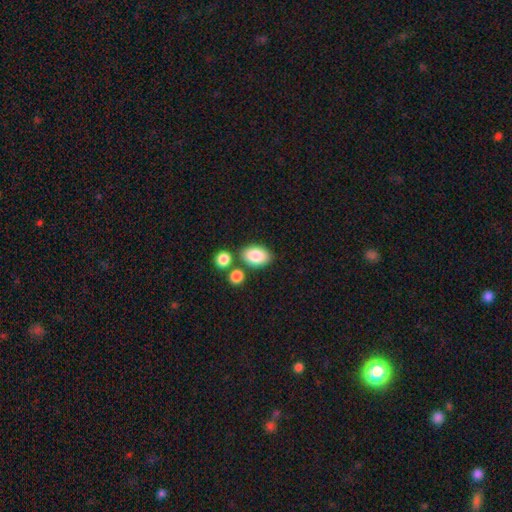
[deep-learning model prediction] Overall: smooth (85%). How rounded: in between (88%). Merging: none (73%).